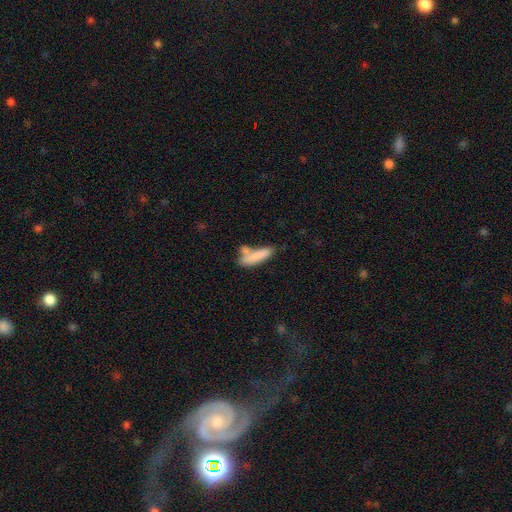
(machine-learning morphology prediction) Q: Smooth or featured?
A: smooth (79%); runner-up: featured or disk (14%)
Q: How rounded?
A: cigar-shaped (69%); runner-up: in between (29%)
Q: Merging?
A: none (46%); runner-up: merger (28%)